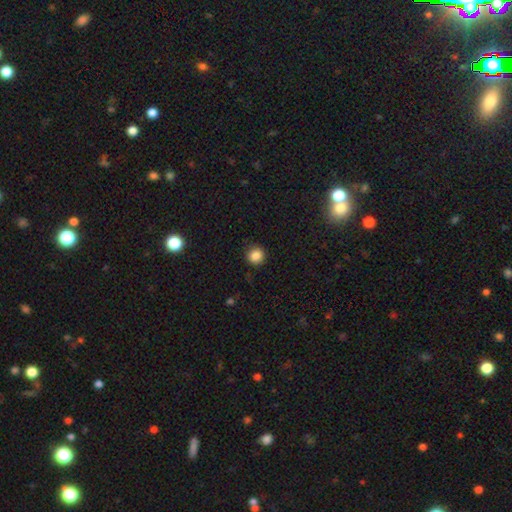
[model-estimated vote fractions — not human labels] A smooth galaxy with no disk features (85%) that is round (93%). Merging: none (90%).